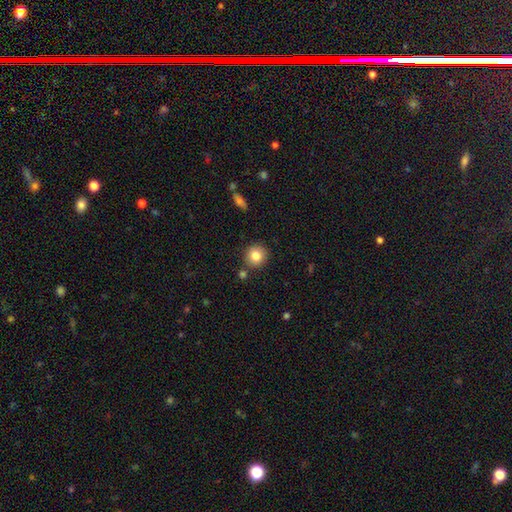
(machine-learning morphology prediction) This appears to be a smooth galaxy with no disk features (83%) that is round (90%). Merging: none (84%).